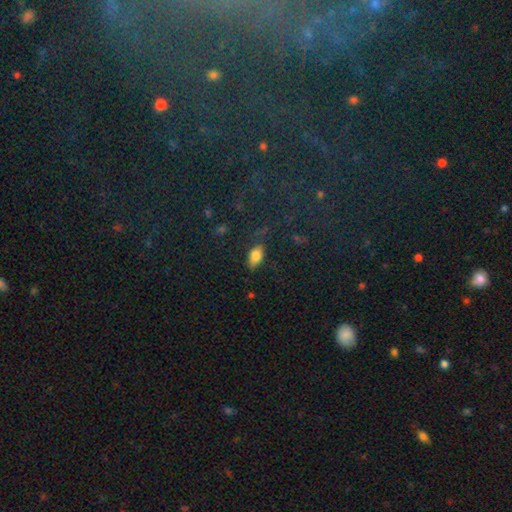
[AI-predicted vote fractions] This appears to be a smooth galaxy with no disk features (79%) that is in between round and cigar-shaped (89%). Merging: none (77%).